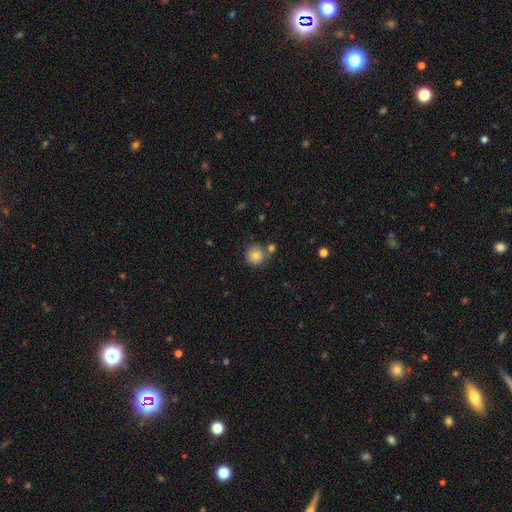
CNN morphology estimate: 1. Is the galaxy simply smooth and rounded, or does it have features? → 83% smooth, 10% star or artifact, 7% featured or disk.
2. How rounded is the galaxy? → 93% round, 6% in between, 1% cigar-shaped.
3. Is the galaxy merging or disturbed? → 71% none, 15% merger, 11% minor disturbance, 3% major disturbance.